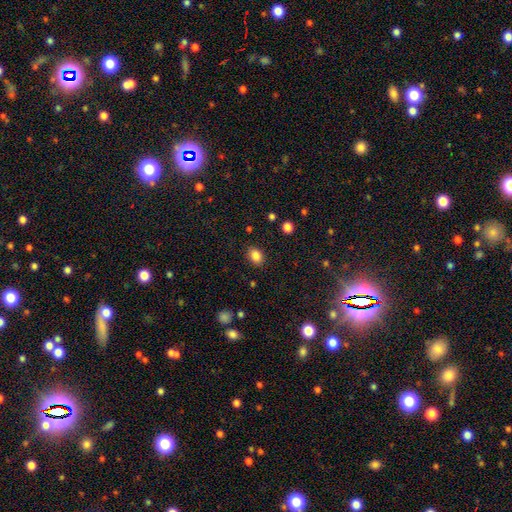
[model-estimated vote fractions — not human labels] A smooth galaxy with no disk features (85%) that is in between round and cigar-shaped (70%). Merging: none (86%).